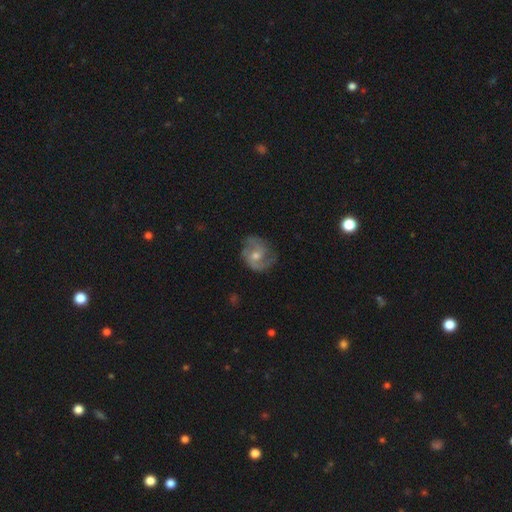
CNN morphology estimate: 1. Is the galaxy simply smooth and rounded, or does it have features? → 74% featured or disk, 18% smooth, 8% star or artifact.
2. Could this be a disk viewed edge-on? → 97% no, 3% yes.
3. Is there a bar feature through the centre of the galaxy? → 55% no, 37% weak, 8% strong.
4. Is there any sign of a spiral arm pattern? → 91% yes, 9% no.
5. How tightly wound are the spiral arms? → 47% medium, 31% tight, 22% loose.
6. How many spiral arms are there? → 64% 2, 16% can't tell, 10% 3, 5% 1, 2% 4, 2% more than 4.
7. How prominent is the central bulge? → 56% moderate, 39% small, 2% large, 2% none, 1% dominant.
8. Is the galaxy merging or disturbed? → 71% none, 20% minor disturbance, 8% major disturbance, 1% merger.